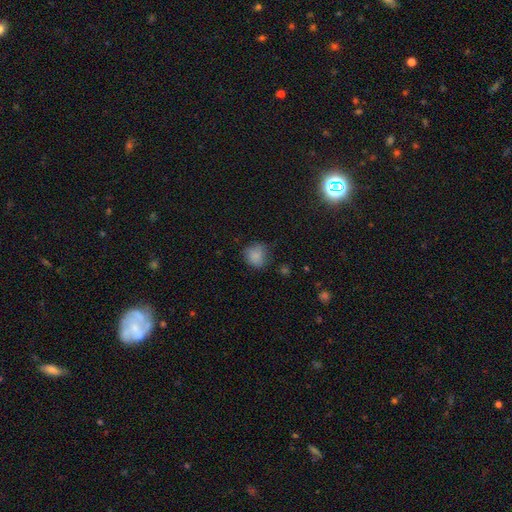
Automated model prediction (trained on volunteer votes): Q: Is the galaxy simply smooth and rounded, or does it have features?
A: smooth — 83%.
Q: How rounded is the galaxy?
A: round — 77%.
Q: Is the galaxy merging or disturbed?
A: none — 67%.